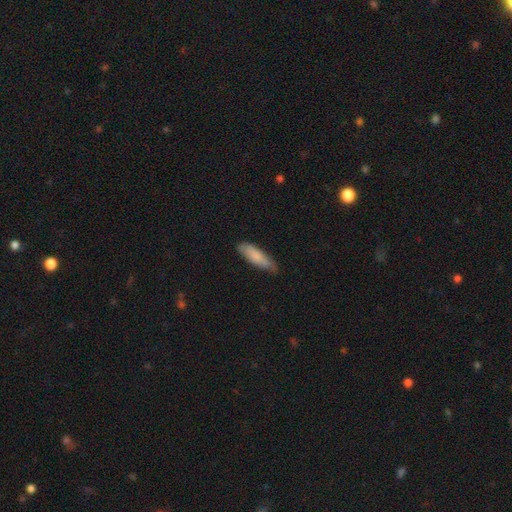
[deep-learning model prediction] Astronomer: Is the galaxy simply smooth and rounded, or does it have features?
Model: smooth — 82%.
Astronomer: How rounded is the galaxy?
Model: cigar-shaped — 56% (runner-up: in between, 43%).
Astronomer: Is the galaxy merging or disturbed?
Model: none — 69%.